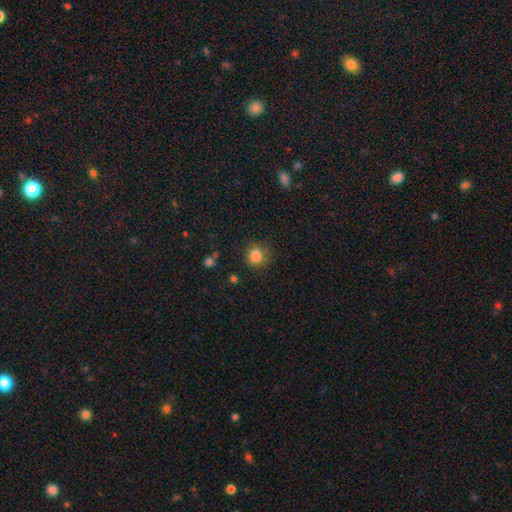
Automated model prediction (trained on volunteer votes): This is clearly a smooth galaxy (85%). How rounded: clearly round (89%). Merging: clearly none (81%).